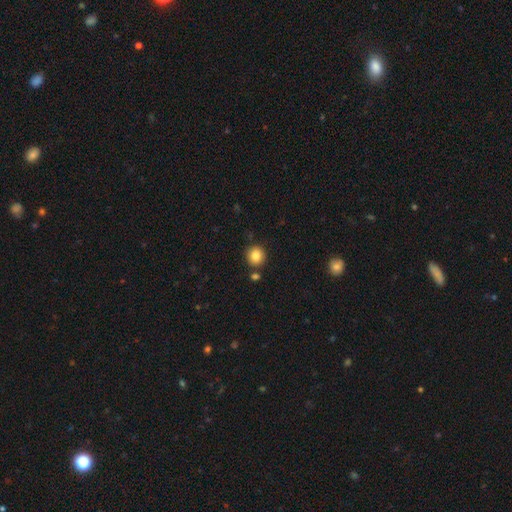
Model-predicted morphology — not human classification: The model was most divided on "smooth or featured": smooth: 85%, star or artifact: 10%, featured or disk: 5%. More confident: how rounded — round (90%); merging — none (83%).